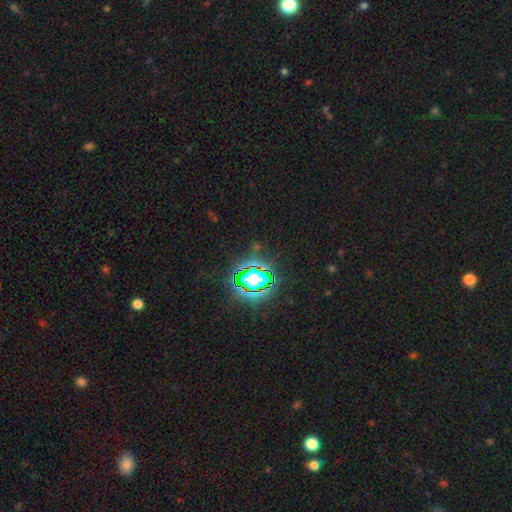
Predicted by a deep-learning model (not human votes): Morphology: type=star or artifact (83%).